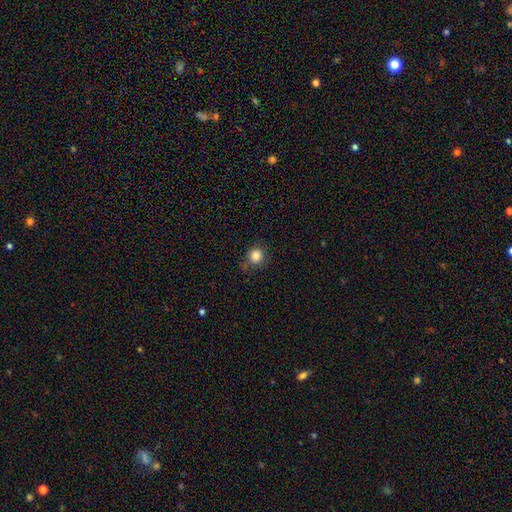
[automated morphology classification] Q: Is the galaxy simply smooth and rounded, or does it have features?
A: smooth — 84%.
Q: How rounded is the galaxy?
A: round — 88%.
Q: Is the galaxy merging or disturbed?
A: none — 71%.